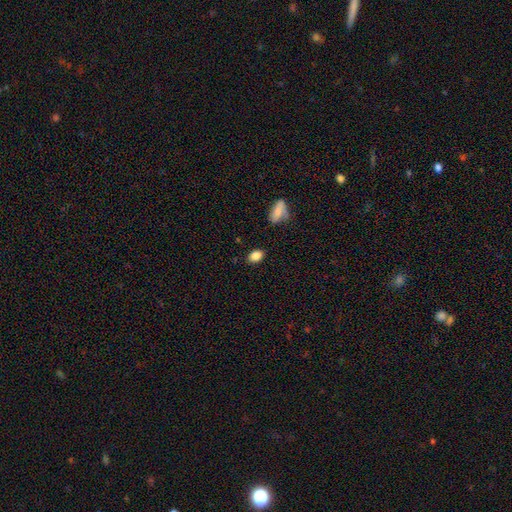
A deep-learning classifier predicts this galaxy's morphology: smooth_or_featured: smooth (p=0.86) [alt: star or artifact p=0.09]
how_rounded: in between (p=0.86) [alt: round p=0.12]
merging: none (p=0.84) [alt: minor disturbance p=0.11]